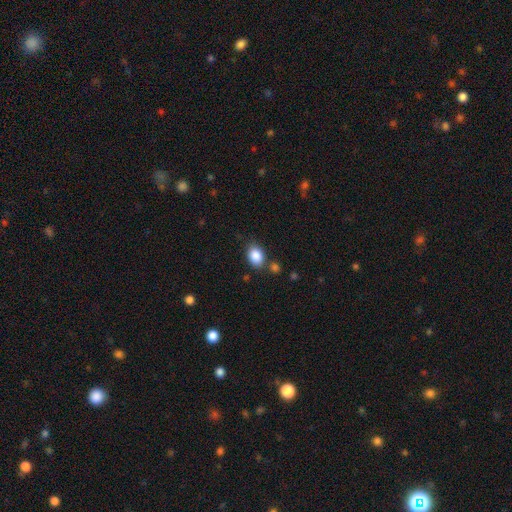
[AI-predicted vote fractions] A smooth galaxy with no disk features (87%) that is in between round and cigar-shaped (75%). Merging: none (74%).